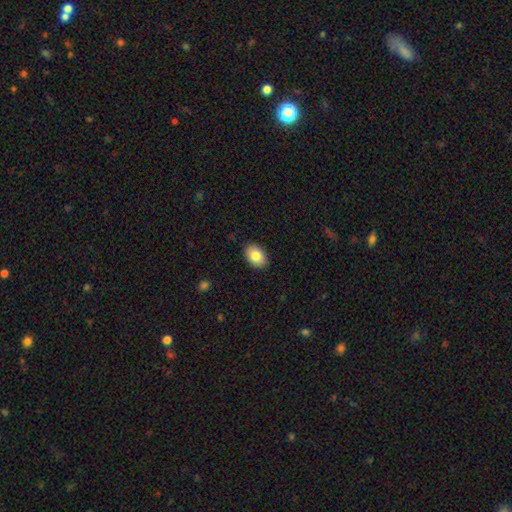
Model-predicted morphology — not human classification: The model was most divided on "how rounded": in between: 84%, round: 15%, cigar-shaped: 1%. More confident: merging — none (88%); smooth or featured — smooth (82%).